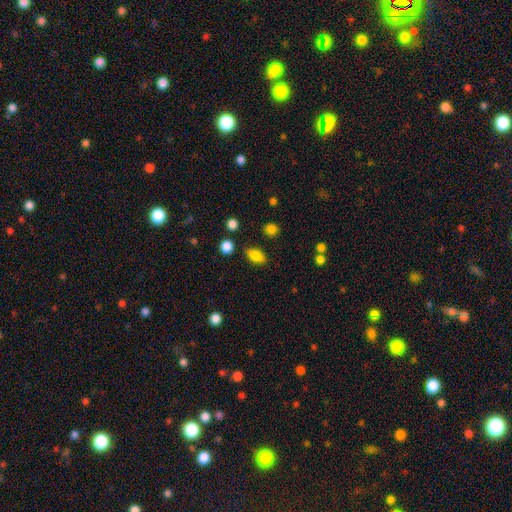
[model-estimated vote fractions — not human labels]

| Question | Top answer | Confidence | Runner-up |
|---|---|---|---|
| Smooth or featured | smooth | 83% | star or artifact (10%) |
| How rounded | in between | 84% | round (11%) |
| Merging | none | 82% | minor disturbance (12%) |